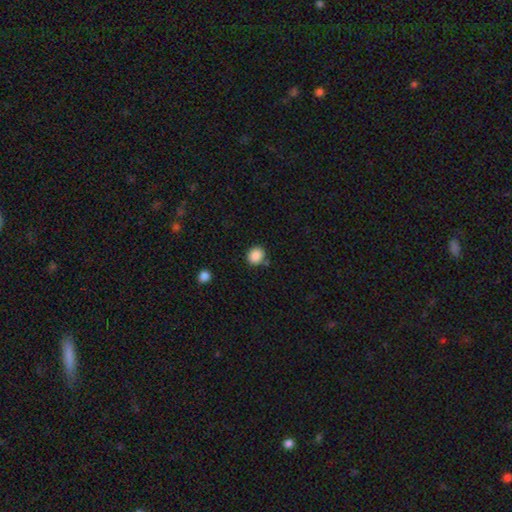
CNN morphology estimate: type=smooth (87%); roundness=round (78%); merging=none (82%).